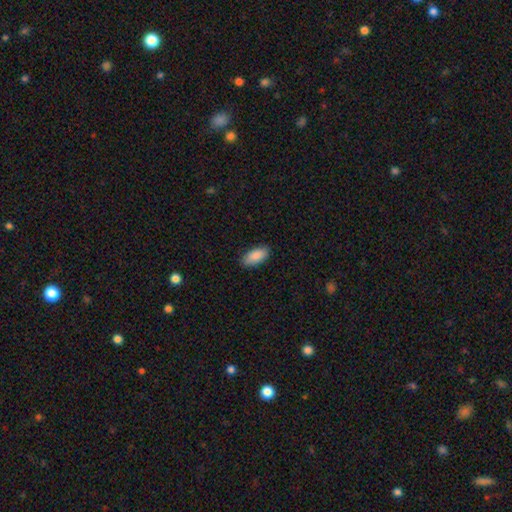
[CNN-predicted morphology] Smooth or featured?
  - smooth: 89% *
  - star or artifact: 6%
  - featured or disk: 5%
How rounded?
  - in between: 91% *
  - cigar-shaped: 7%
  - round: 2%
Merging?
  - none: 87% *
  - minor disturbance: 10%
  - major disturbance: 2%
  - merger: 1%